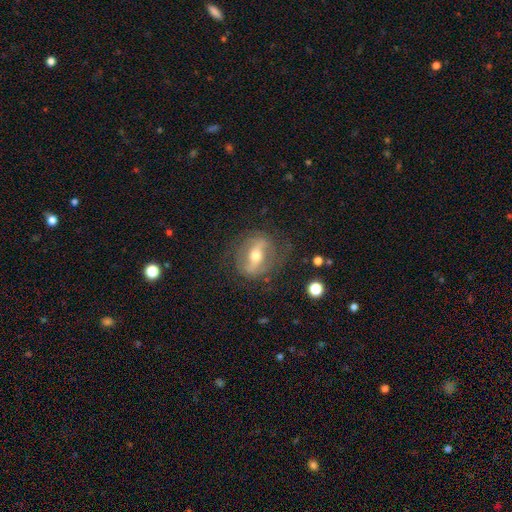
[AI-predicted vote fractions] Smooth or featured?
  - featured or disk: 71% *
  - smooth: 22%
  - star or artifact: 7%
Edge-on disk?
  - no: 83% *
  - yes: 17%
Bar?
  - strong: 65% *
  - weak: 23%
  - no: 13%
Spiral arms?
  - no: 50% * (tied)
  - yes: 50% * (tied)
Bulge size?
  - moderate: 68% *
  - small: 23%
  - large: 6%
  - dominant: 1%
  - none: 1%
Merging?
  - none: 71% *
  - minor disturbance: 16%
  - major disturbance: 11%
  - merger: 1%